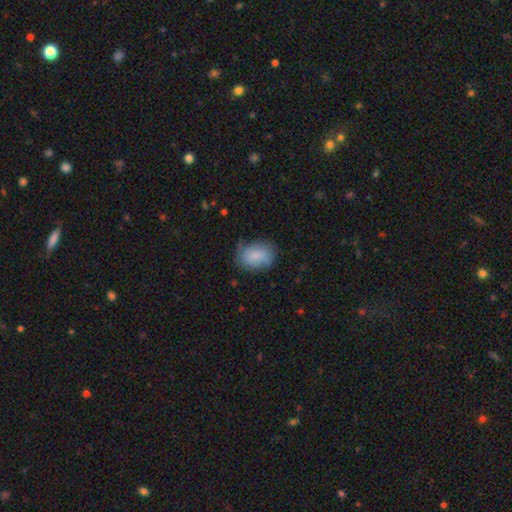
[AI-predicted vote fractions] Smooth or featured? Predicted: smooth (p=0.80). How rounded? Predicted: in between (p=0.74). Merging? Predicted: none (p=0.65).